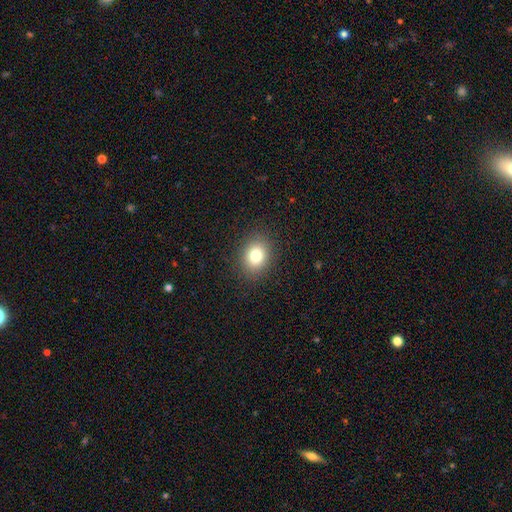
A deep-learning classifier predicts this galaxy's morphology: This appears to be a smooth galaxy with no disk features (80%) that is round (53%). Merging: none (89%).